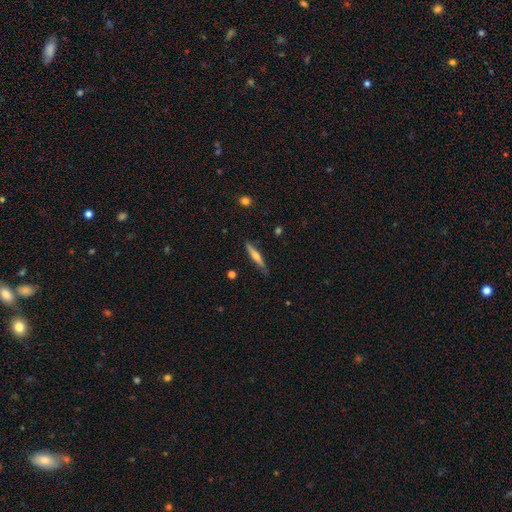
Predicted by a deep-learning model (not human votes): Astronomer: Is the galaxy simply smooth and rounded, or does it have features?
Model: featured or disk — 50% (runner-up: smooth, 44%).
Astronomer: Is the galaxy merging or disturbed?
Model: none — 84%.